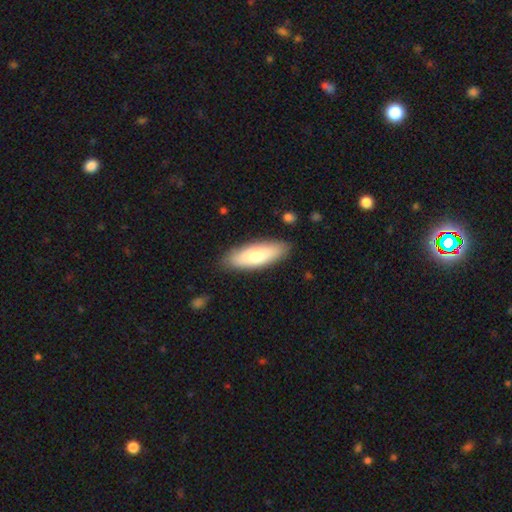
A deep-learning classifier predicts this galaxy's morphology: The model was most divided on "how rounded": in between: 64%, cigar-shaped: 34%, round: 2%. More confident: merging — none (85%); smooth or featured — smooth (77%).